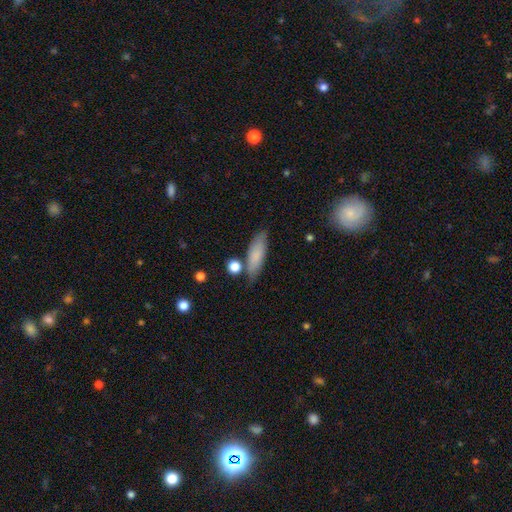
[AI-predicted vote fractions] Smooth or featured? smooth (79%)
How rounded? in between (53%)
Merging? none (72%)